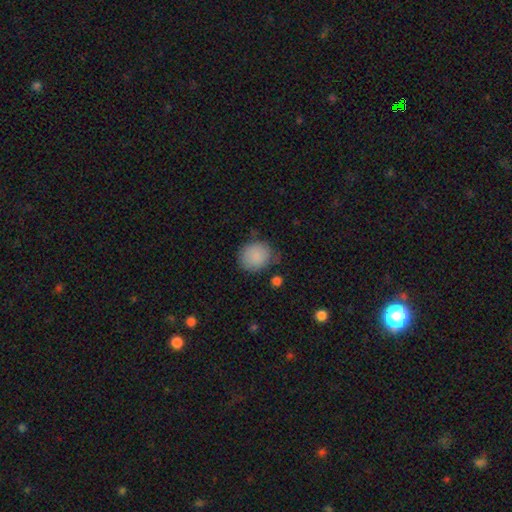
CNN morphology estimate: Smooth or featured? smooth (86%)
How rounded? round (77%)
Merging? none (65%)